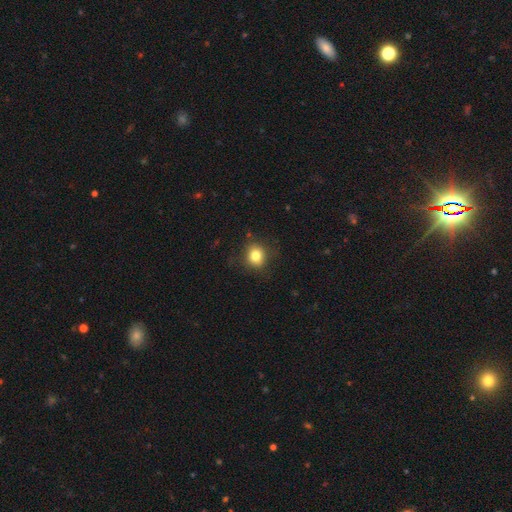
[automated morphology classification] smooth-or-featured: smooth: 81% | star or artifact: 11% | featured or disk: 8%
  how-rounded: round: 74% | in between: 25% | cigar-shaped: 1%
  merging: none: 84% | minor disturbance: 12% | major disturbance: 4% | merger: 1%